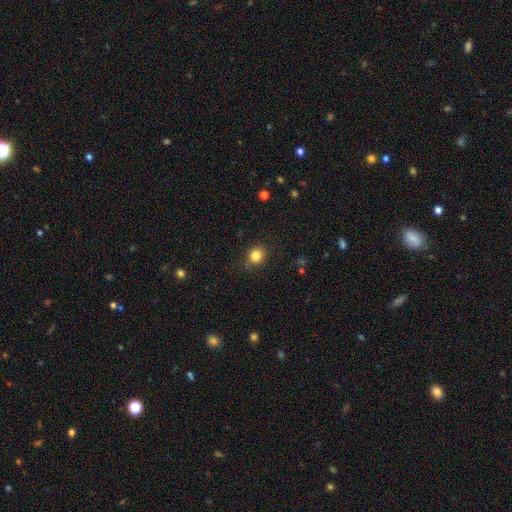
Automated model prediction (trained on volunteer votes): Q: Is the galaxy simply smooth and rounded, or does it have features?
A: smooth — 82%.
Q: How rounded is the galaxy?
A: round — 69%.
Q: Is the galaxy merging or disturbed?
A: none — 81%.